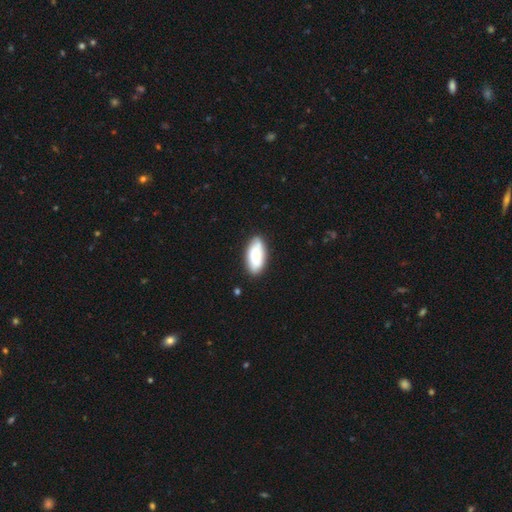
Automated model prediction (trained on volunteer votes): smooth 72%, featured or disk 23%, star or artifact 6%. Down the decision tree: how rounded — in between (90%); merging — none (86%).